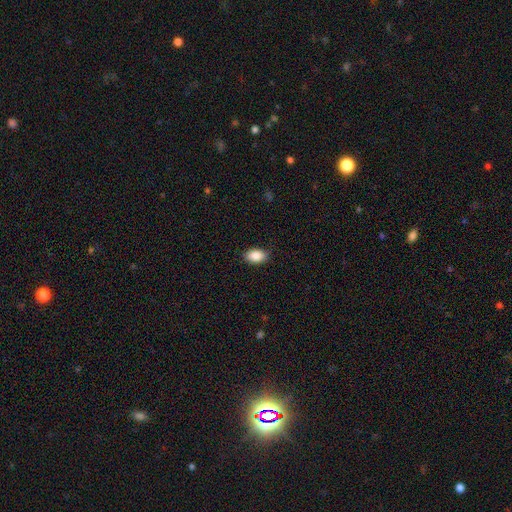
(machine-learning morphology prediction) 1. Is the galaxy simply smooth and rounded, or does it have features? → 89% smooth, 7% star or artifact, 4% featured or disk.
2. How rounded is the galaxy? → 89% in between, 9% round, 1% cigar-shaped.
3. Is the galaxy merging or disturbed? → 86% none, 11% minor disturbance, 2% major disturbance, 1% merger.